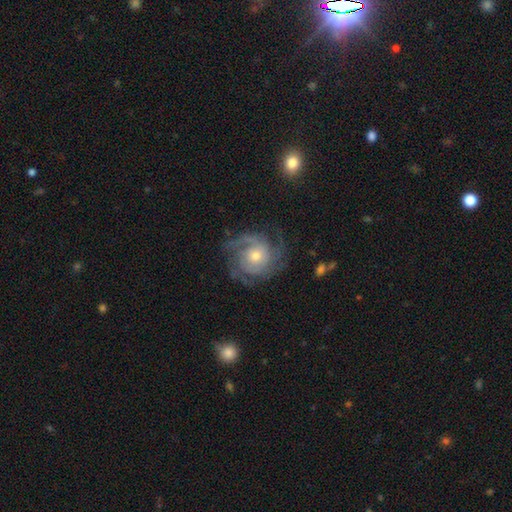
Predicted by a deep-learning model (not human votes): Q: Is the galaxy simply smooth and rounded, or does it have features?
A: featured or disk — 87%.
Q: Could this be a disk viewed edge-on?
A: no — 98%.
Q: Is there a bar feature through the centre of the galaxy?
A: no — 76%.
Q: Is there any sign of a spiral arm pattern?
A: yes — 97%.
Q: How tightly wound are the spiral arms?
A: tight — 57%.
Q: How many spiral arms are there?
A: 3 — 35%.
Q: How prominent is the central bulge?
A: moderate — 53%.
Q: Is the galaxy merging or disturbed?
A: none — 75%.